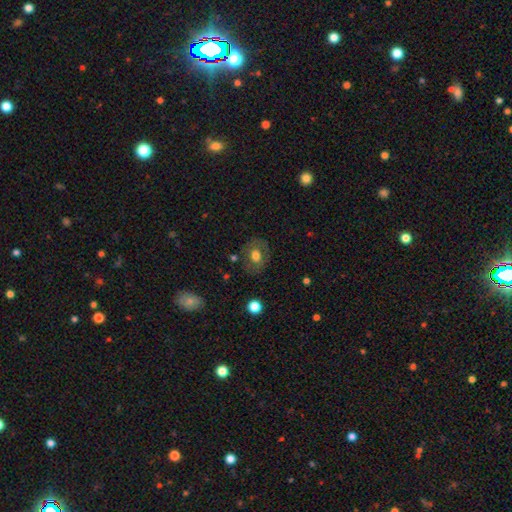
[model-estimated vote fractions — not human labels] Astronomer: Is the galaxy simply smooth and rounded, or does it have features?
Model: smooth — 62%.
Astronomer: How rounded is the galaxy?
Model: round — 50% (runner-up: in between, 49%).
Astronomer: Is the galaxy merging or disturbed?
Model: none — 77%.